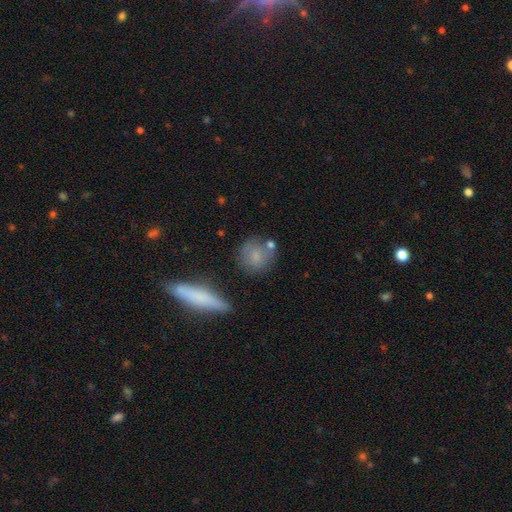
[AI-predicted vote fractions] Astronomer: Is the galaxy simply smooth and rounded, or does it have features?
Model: smooth — 72%.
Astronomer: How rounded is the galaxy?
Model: round — 80%.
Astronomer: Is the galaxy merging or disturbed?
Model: none — 64%.